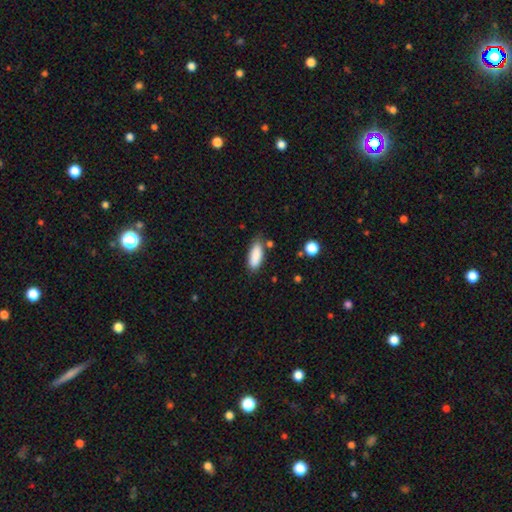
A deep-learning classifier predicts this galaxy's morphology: smooth-or-featured: smooth: 88% | star or artifact: 7% | featured or disk: 5%
  how-rounded: in between: 79% | cigar-shaped: 19% | round: 2%
  merging: none: 75% | minor disturbance: 18% | merger: 4% | major disturbance: 4%